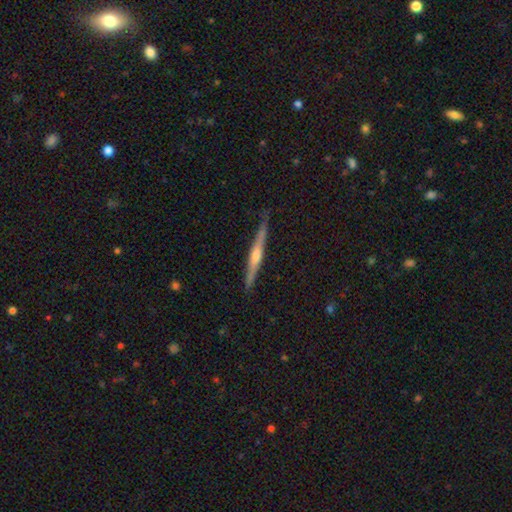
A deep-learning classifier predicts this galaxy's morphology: smooth-or-featured: featured or disk: 75% | smooth: 19% | star or artifact: 5%
  disk-edge-on: yes: 98% | no: 2%
    edge-on-bulge: rounded: 83% | none: 10% | boxy: 7%
  merging: none: 88% | minor disturbance: 10% | major disturbance: 1% | merger: 1%